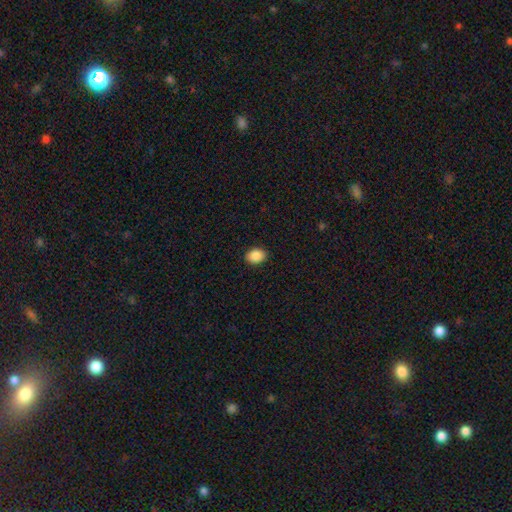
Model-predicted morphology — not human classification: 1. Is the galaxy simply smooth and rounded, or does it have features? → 89% smooth, 8% star or artifact, 3% featured or disk.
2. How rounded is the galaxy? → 65% in between, 34% round, 1% cigar-shaped.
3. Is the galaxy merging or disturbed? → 90% none, 7% minor disturbance, 2% major disturbance, 1% merger.